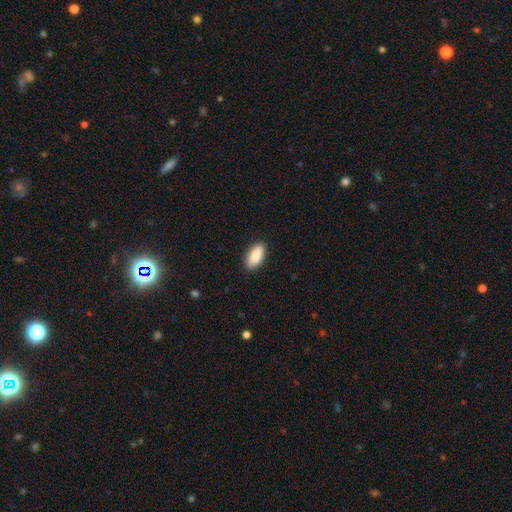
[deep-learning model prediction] smooth-or-featured: smooth: 89% | star or artifact: 6% | featured or disk: 5%
  how-rounded: in between: 91% | cigar-shaped: 7% | round: 2%
  merging: none: 89% | minor disturbance: 8% | major disturbance: 2% | merger: 1%